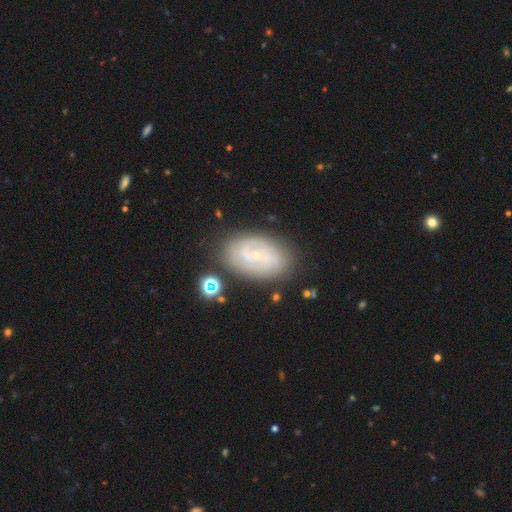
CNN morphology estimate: featured or disk 67%, smooth 25%, star or artifact 8%. Down the decision tree: edge-on disk — no (95%); bar — no (55%); spiral arms — yes (81%); spiral arm count — 2 (50%); spiral winding — tight (49%); bulge size — small (80%); merging — none (75%).